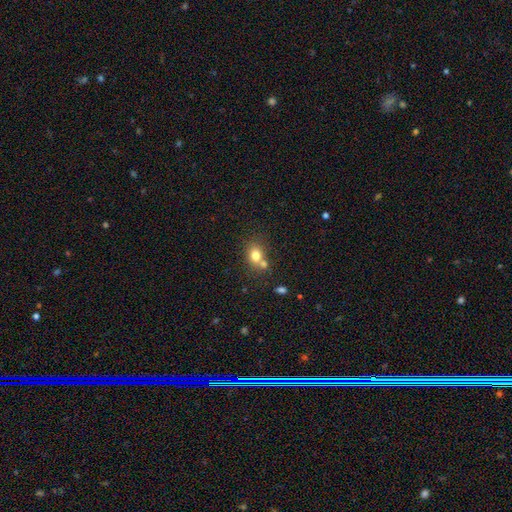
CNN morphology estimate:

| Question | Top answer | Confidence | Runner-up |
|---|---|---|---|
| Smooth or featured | smooth | 76% | star or artifact (12%) |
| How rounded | round | 60% | in between (39%) |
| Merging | none | 49% | merger (36%) |